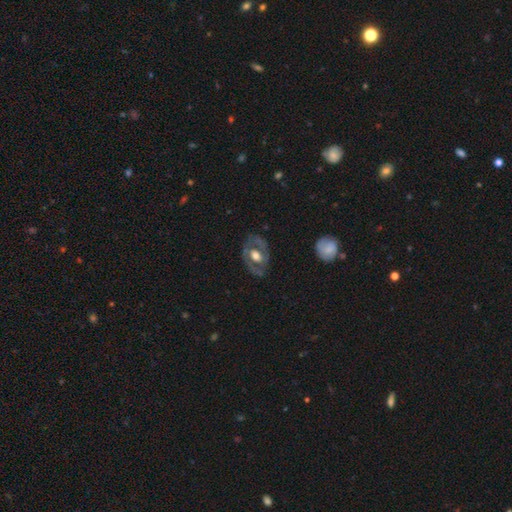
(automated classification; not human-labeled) A featured or disk galaxy (68%) with no bar (56%), spiral arms (50%, tied with no) and a moderate central bulge (63%). Merging: none (71%).